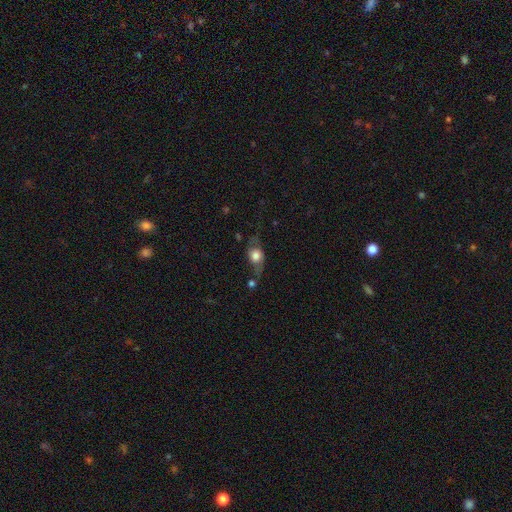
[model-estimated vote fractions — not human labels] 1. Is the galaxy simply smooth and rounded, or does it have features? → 51% smooth, 41% featured or disk, 9% star or artifact.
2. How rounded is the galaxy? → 49% in between, 43% round, 7% cigar-shaped.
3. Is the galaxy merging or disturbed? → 49% none, 24% minor disturbance, 18% major disturbance, 10% merger.